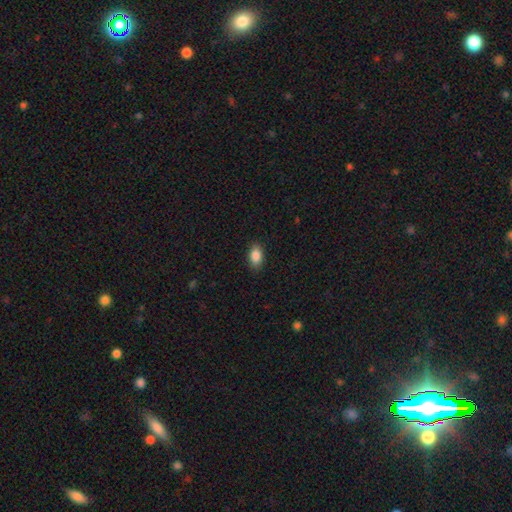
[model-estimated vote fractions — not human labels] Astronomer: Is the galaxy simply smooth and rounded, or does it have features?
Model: smooth — 88%.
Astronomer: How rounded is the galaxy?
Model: in between — 90%.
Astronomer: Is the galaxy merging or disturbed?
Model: none — 88%.